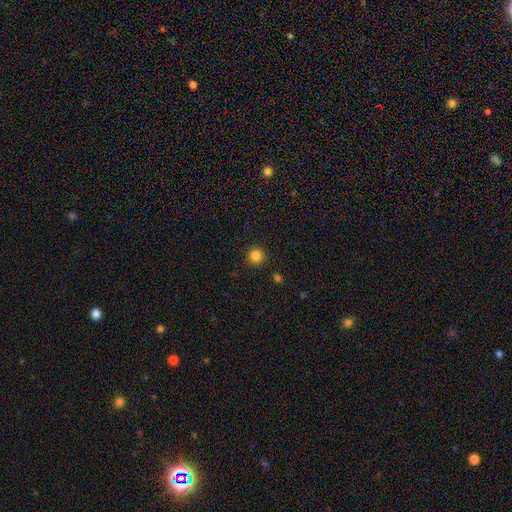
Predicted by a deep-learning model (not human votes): Overall: smooth (84%). How rounded: round (95%). Merging: none (92%).